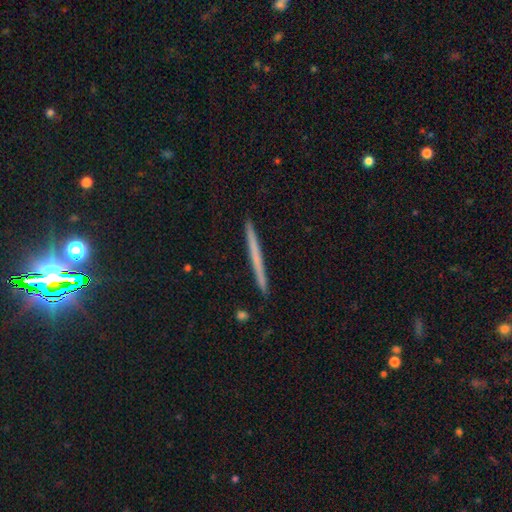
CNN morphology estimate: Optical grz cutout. It shows a featured or disk galaxy (45%). Merging: none (91%).